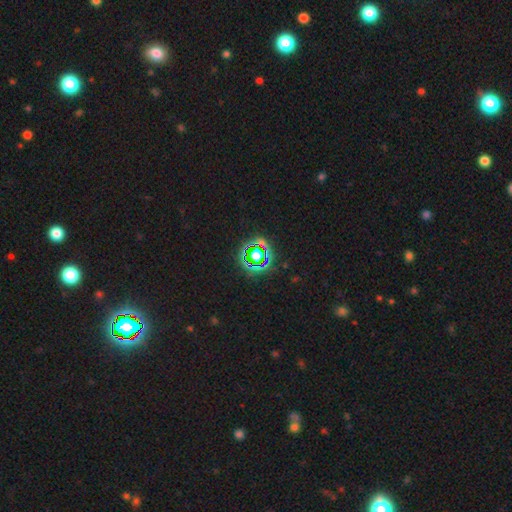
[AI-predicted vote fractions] Morphology: type=star or artifact (69%).